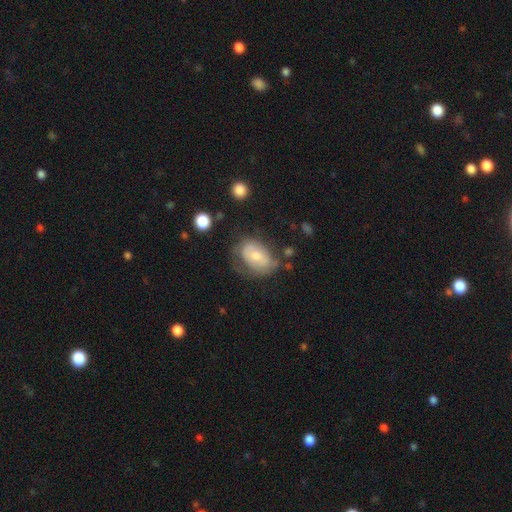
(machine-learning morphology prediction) This is possibly a smooth galaxy (55%). How rounded: likely in between (79%). Merging: possibly none (45%).